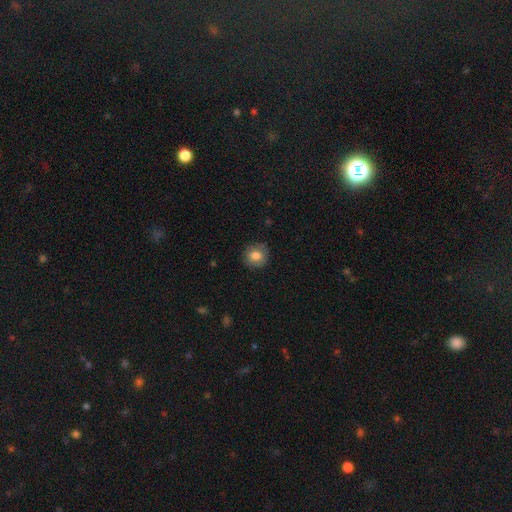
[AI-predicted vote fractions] Smooth or featured? Predicted: smooth (p=0.80). How rounded? Predicted: round (p=0.82). Merging? Predicted: none (p=0.84).